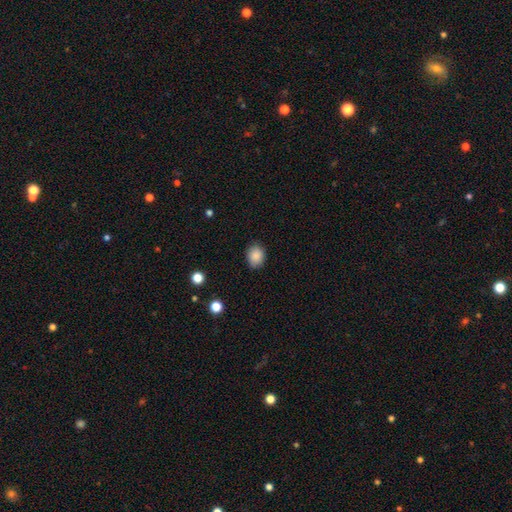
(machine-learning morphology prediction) smooth-or-featured: smooth: 87% | star or artifact: 9% | featured or disk: 4%
  how-rounded: in between: 51% | round: 48% | cigar-shaped: 1%
  merging: none: 84% | minor disturbance: 12% | major disturbance: 3% | merger: 1%